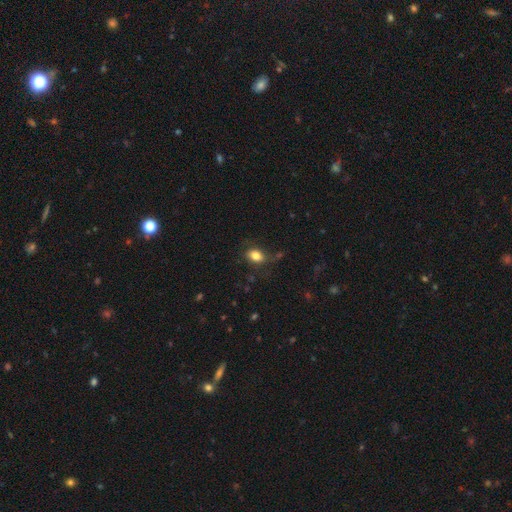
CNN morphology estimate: Smooth or featured: smooth — 81% (star or artifact — 10%)
How rounded: in between — 76% (round — 23%)
Merging: none — 73% (minor disturbance — 18%)